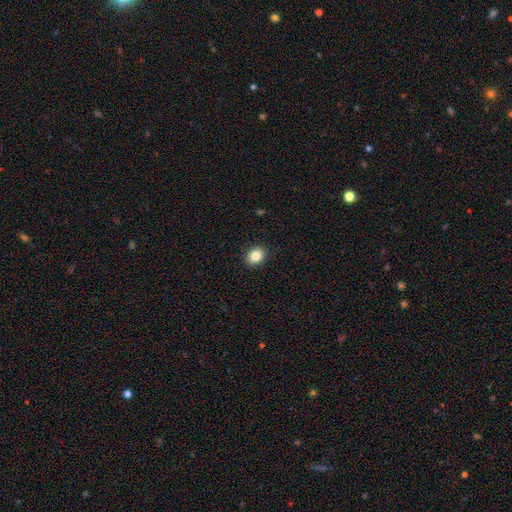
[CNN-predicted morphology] A smooth galaxy with no disk features (85%) that is in between round and cigar-shaped (55%).

Vote fractions:
- Smooth or featured? smooth: 85% / star or artifact: 9% / featured or disk: 6%
- How rounded? in between: 55% / round: 45% / cigar-shaped: 1%
- Merging? none: 90% / minor disturbance: 7% / major disturbance: 2% / merger: 1%